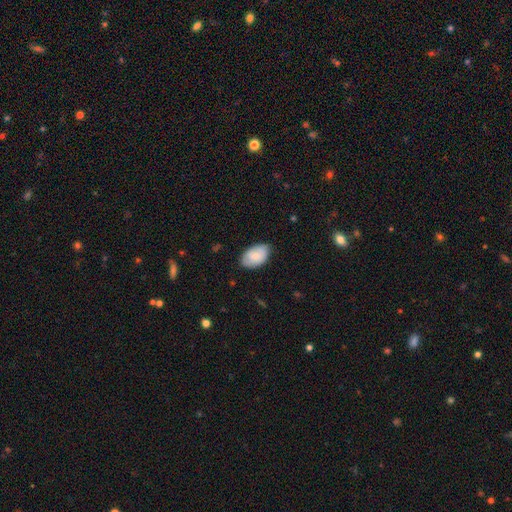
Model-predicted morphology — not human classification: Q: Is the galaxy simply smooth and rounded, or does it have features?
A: smooth — 75%.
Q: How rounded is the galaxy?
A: in between — 92%.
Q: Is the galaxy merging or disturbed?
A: none — 76%.